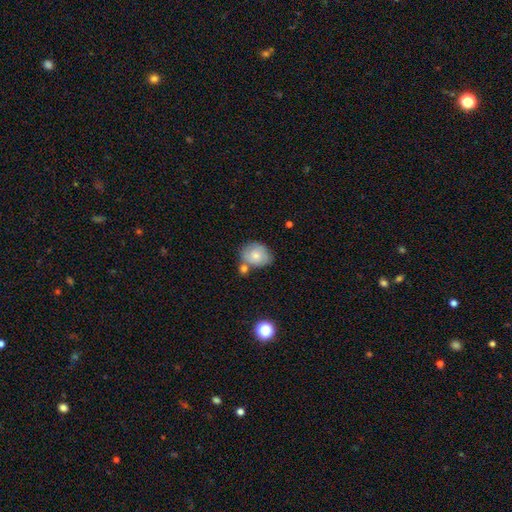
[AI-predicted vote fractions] smooth-or-featured: smooth: 66% | featured or disk: 26% | star or artifact: 8%
  how-rounded: round: 54% | in between: 45% | cigar-shaped: 1%
  merging: none: 51% | minor disturbance: 22% | merger: 21% | major disturbance: 6%